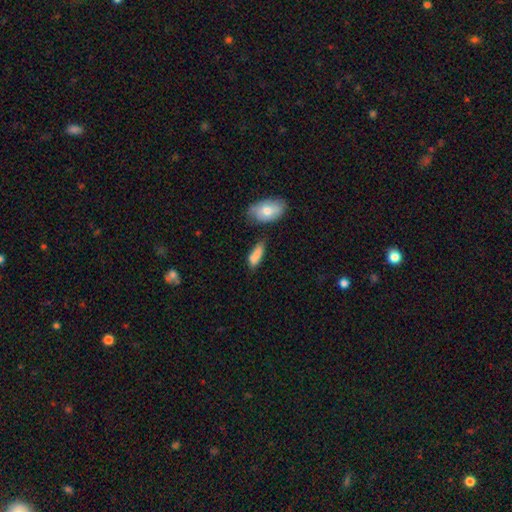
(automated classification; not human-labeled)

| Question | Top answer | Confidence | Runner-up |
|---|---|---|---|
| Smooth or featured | smooth | 83% | featured or disk (9%) |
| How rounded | in between | 64% | cigar-shaped (33%) |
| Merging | none | 55% | minor disturbance (26%) |